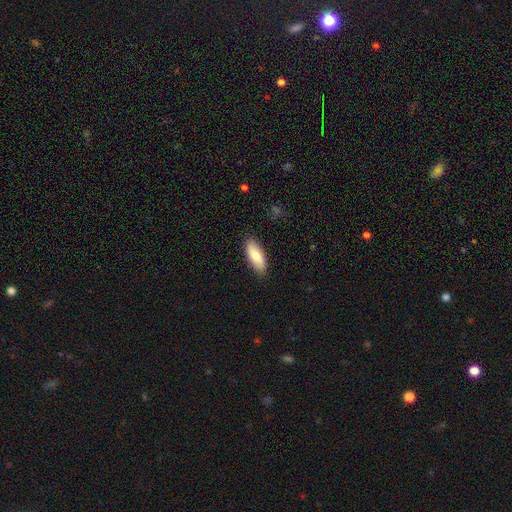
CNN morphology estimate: Smooth or featured?
  - smooth: 82% *
  - featured or disk: 13%
  - star or artifact: 6%
How rounded?
  - in between: 76% *
  - cigar-shaped: 22%
  - round: 2%
Merging?
  - none: 86% *
  - minor disturbance: 11%
  - major disturbance: 2%
  - merger: 1%